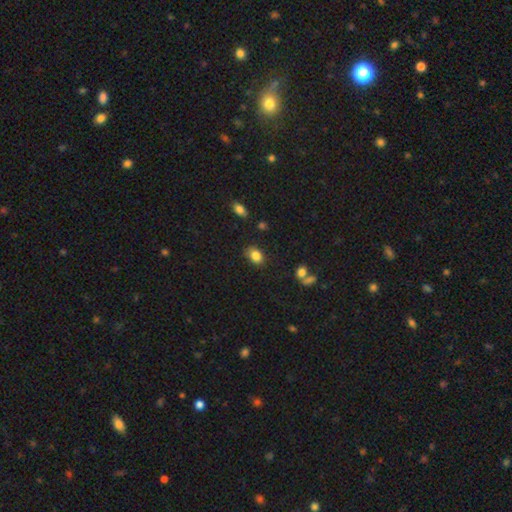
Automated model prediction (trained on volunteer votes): smooth 84%, star or artifact 10%, featured or disk 6%. Down the decision tree: how rounded — in between (72%); merging — none (74%).